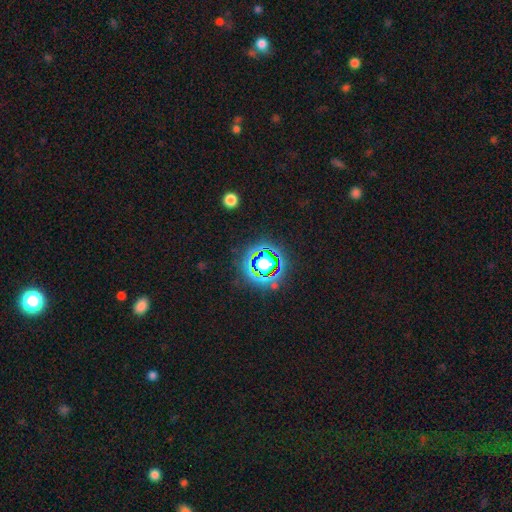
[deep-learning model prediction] Smooth or featured? Predicted: star or artifact (p=0.80).